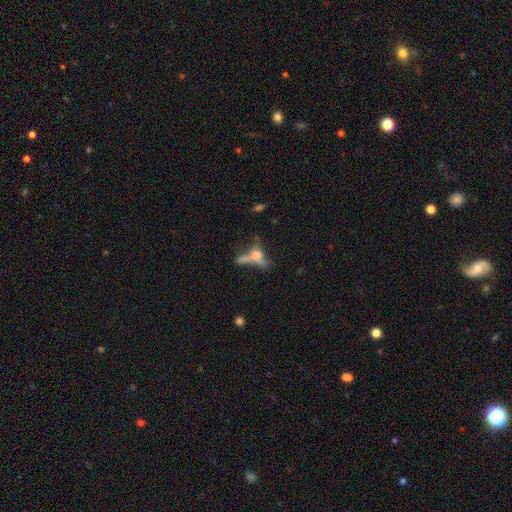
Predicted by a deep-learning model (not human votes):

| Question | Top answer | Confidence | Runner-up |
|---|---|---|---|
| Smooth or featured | smooth | 44% | featured or disk (42%) |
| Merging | merger | 36% | none (28%) |